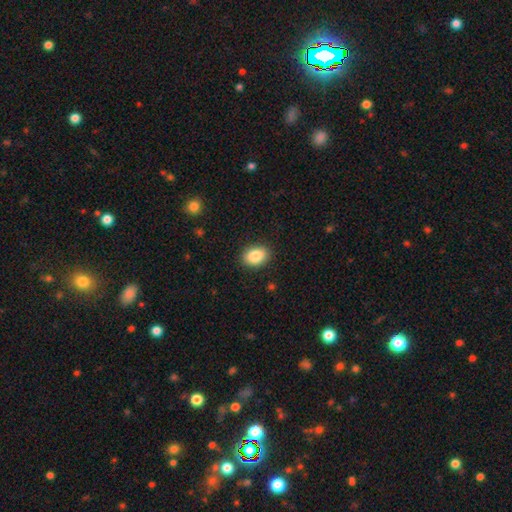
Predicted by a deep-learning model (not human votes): Overall: smooth (86%). How rounded: in between (77%). Merging: none (88%).